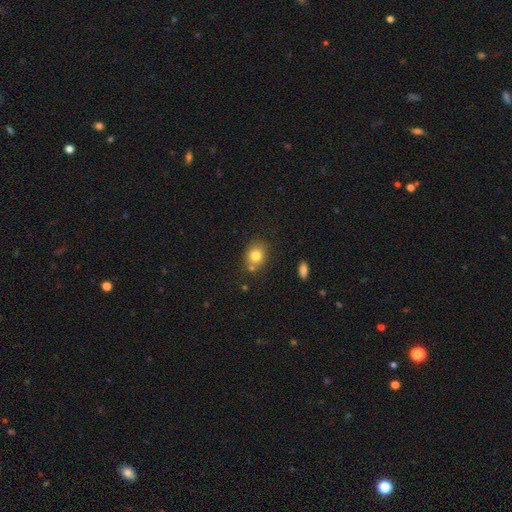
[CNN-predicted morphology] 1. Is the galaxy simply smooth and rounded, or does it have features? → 79% smooth, 11% featured or disk, 11% star or artifact.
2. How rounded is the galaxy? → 57% round, 42% in between, 1% cigar-shaped.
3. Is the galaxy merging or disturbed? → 70% none, 14% minor disturbance, 12% merger, 4% major disturbance.